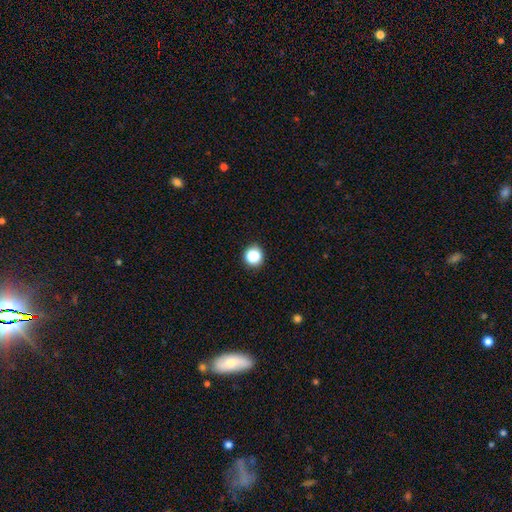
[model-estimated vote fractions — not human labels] Smooth or featured? Predicted: smooth (p=0.82). How rounded? Predicted: round (p=0.92). Merging? Predicted: none (p=0.91).